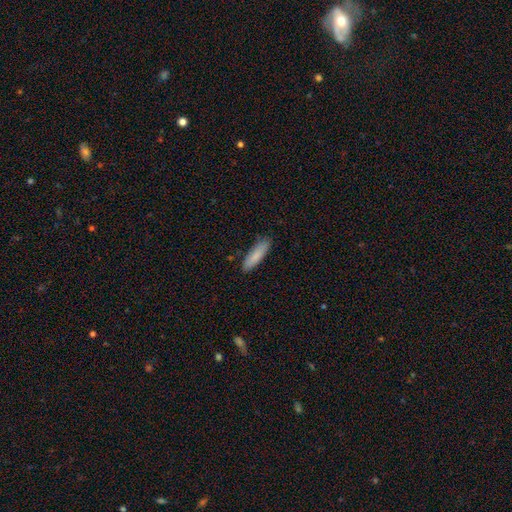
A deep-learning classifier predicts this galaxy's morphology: smooth 85%, featured or disk 9%, star or artifact 6%. Down the decision tree: how rounded — cigar-shaped (68%); merging — none (85%).